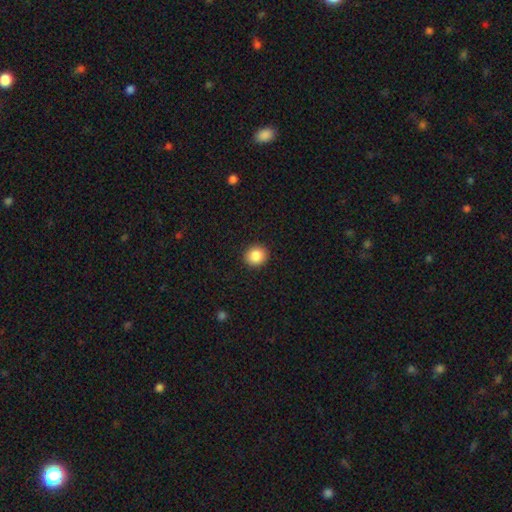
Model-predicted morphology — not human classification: smooth 87%, star or artifact 9%, featured or disk 4%. Down the decision tree: how rounded — round (87%); merging — none (92%).